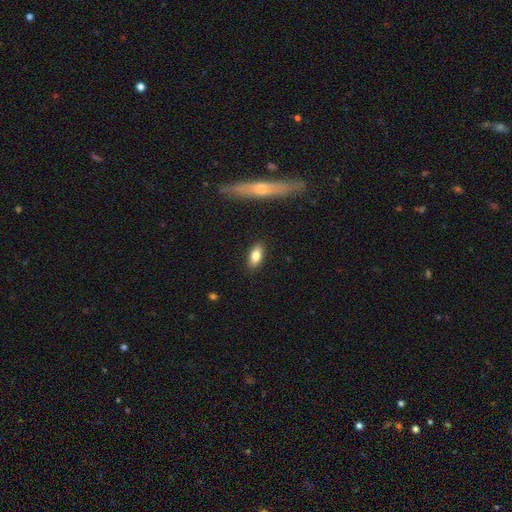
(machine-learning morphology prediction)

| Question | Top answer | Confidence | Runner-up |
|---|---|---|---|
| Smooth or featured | smooth | 79% | featured or disk (13%) |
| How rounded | in between | 85% | cigar-shaped (12%) |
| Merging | none | 88% | minor disturbance (9%) |